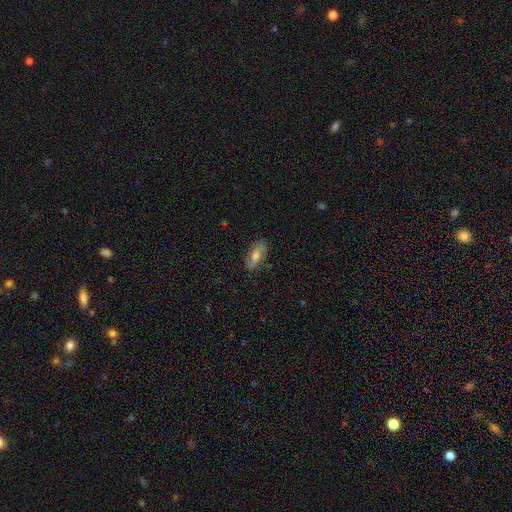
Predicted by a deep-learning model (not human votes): This is possibly a smooth galaxy (56%). How rounded: clearly in between (83%). Merging: likely none (79%).